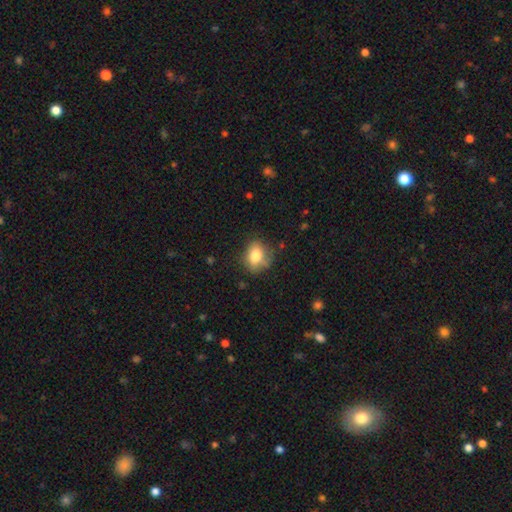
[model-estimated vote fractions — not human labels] Q: Smooth or featured?
A: smooth (79%); runner-up: featured or disk (12%)
Q: How rounded?
A: in between (50%); runner-up: round (49%)
Q: Merging?
A: none (66%); runner-up: minor disturbance (24%)